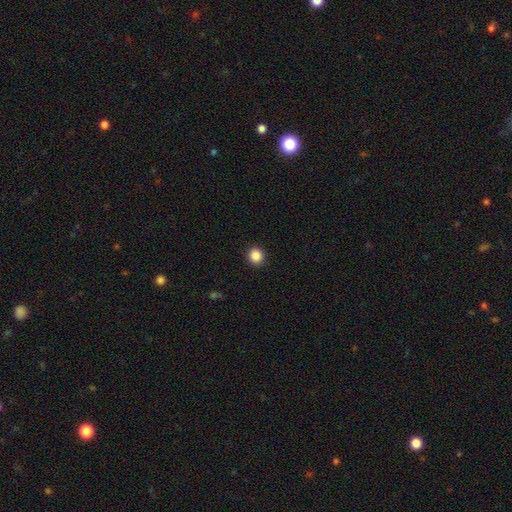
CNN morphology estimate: Q: Smooth or featured?
A: smooth (87%); runner-up: star or artifact (10%)
Q: How rounded?
A: round (89%); runner-up: in between (10%)
Q: Merging?
A: none (92%); runner-up: minor disturbance (5%)